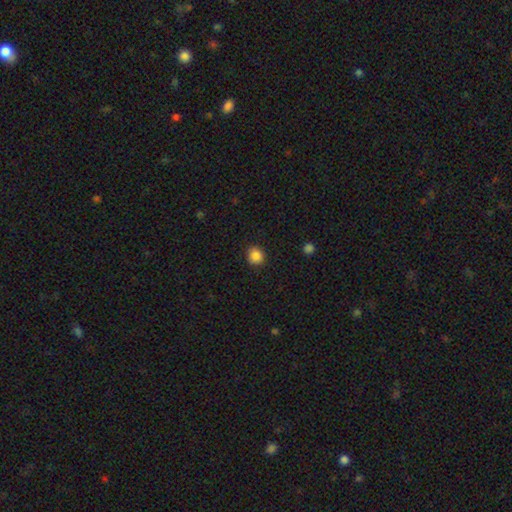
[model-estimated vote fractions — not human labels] Q: Smooth or featured?
A: smooth (87%); runner-up: star or artifact (10%)
Q: How rounded?
A: round (85%); runner-up: in between (15%)
Q: Merging?
A: none (88%); runner-up: minor disturbance (8%)